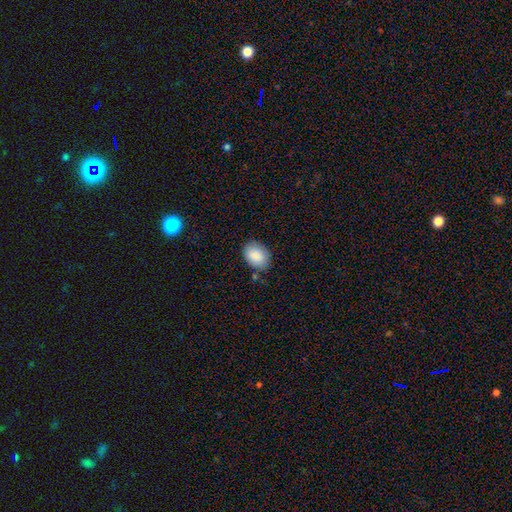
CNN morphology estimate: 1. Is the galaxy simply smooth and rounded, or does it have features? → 89% smooth, 7% star or artifact, 4% featured or disk.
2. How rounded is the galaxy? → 75% in between, 24% round, 1% cigar-shaped.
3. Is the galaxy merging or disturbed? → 79% none, 15% minor disturbance, 3% major disturbance, 3% merger.